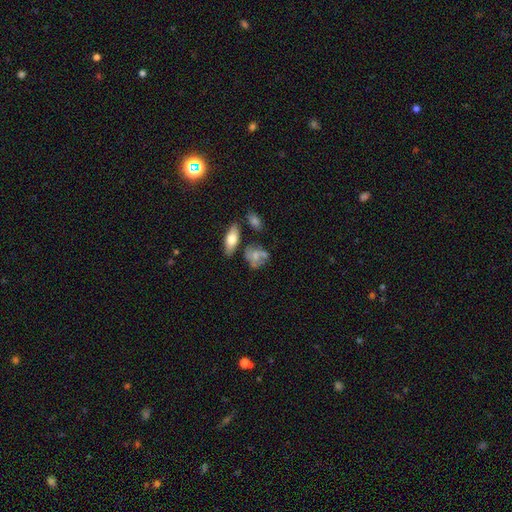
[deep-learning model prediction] The model was most divided on "smooth or featured": smooth: 52%, featured or disk: 39%, star or artifact: 9%. Remaining: how rounded — in between (59%); merging — none (47%).